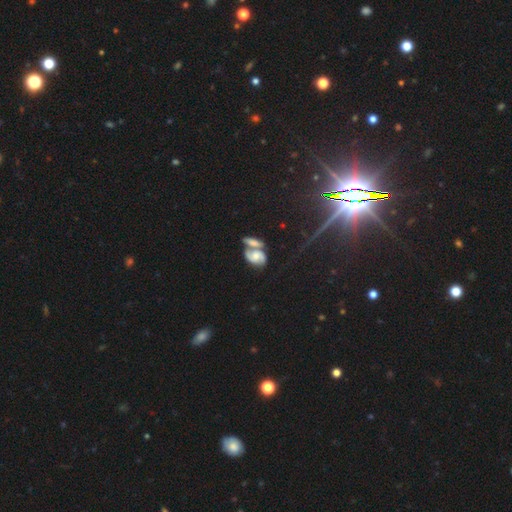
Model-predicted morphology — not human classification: Smooth or featured? Predicted: featured or disk (p=0.65). Edge-on disk? Predicted: no (p=0.95). Bar? Predicted: no (p=0.63). Spiral arms? Predicted: yes (p=0.87). Spiral winding? Predicted: medium (p=0.46). Spiral arm count? Predicted: 2 (p=0.79). Bulge size? Predicted: moderate (p=0.45). Merging? Predicted: merger (p=0.60).